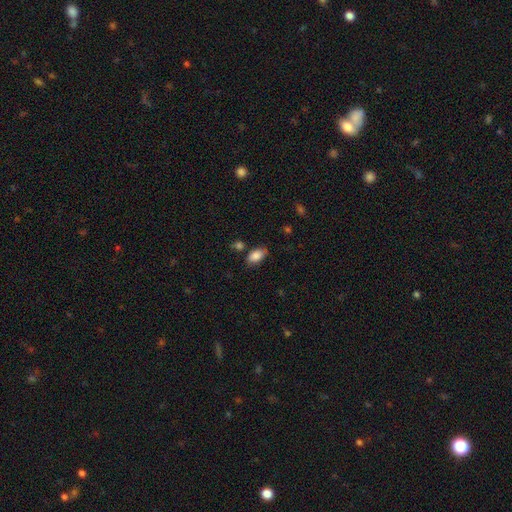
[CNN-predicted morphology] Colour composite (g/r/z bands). It shows a smooth galaxy with no disk features (85%) that is in between round and cigar-shaped (92%). Merging: none (71%).